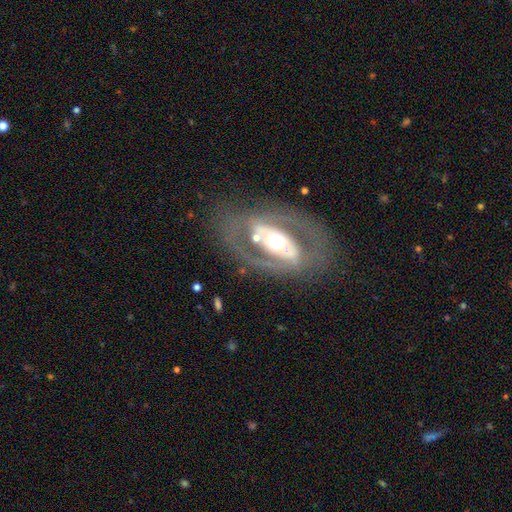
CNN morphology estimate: Smooth or featured? Predicted: featured or disk (p=0.82). Edge-on disk? Predicted: no (p=0.92). Bar? Predicted: no (p=0.37). Spiral arms? Predicted: yes (p=0.62). Bulge size? Predicted: moderate (p=0.60). Merging? Predicted: none (p=0.72).